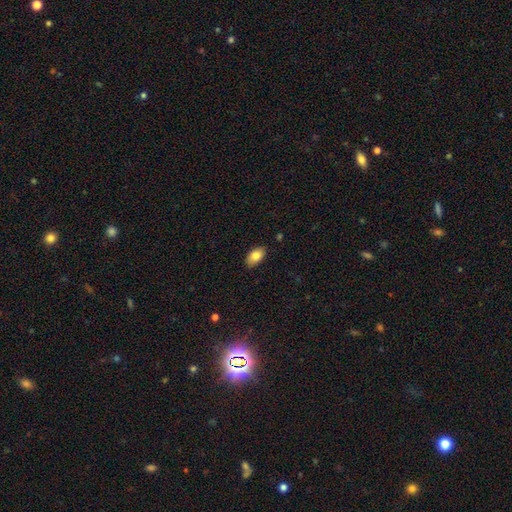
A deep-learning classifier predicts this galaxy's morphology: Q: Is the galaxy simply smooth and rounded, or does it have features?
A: smooth — 83%.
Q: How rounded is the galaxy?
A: in between — 92%.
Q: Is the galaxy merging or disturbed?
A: none — 86%.